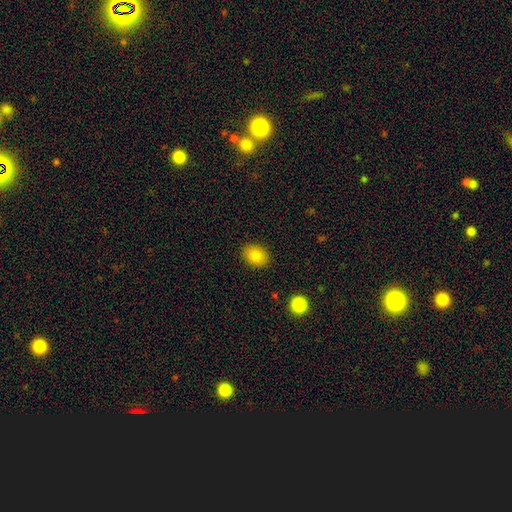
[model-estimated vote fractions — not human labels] This appears to be a smooth galaxy with no disk features (83%) that is in between round and cigar-shaped (57%). Merging: none (89%).